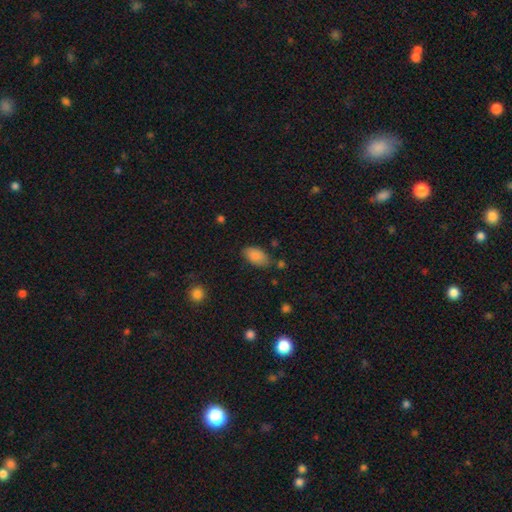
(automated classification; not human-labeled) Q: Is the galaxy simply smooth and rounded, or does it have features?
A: smooth — 84%.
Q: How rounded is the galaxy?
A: in between — 93%.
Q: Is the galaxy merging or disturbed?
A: none — 75%.